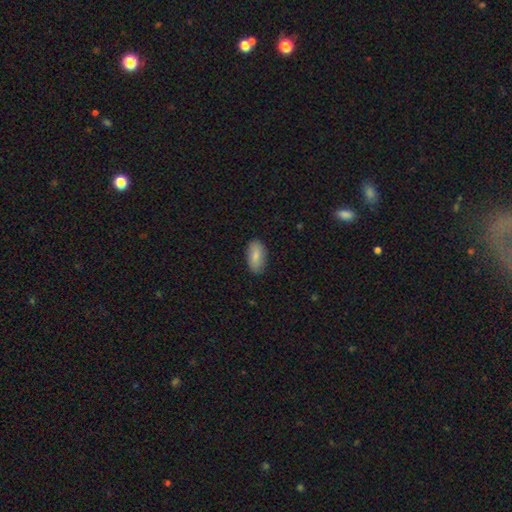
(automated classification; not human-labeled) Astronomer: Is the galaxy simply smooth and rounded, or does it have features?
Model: smooth — 84%.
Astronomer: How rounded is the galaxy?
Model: in between — 92%.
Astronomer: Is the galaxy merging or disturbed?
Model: none — 85%.